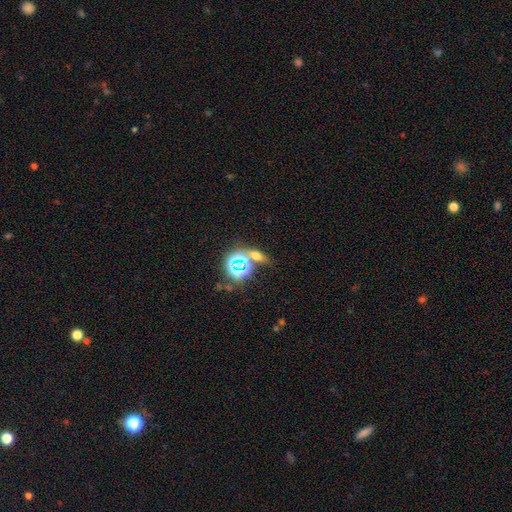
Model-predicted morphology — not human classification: Smooth or featured? smooth (44%)
Merging? none (68%)